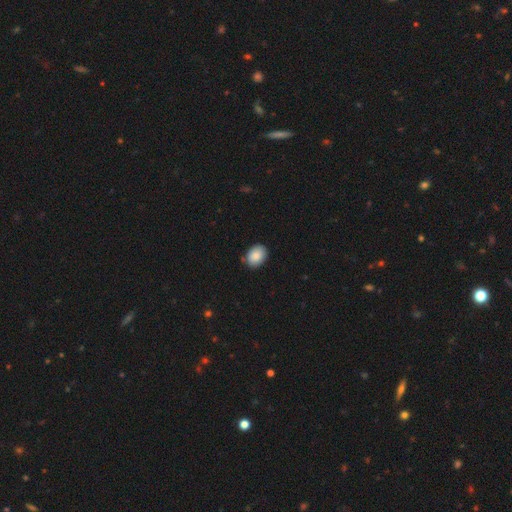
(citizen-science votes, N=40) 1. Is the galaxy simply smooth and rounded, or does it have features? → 88% smooth, 10% star or artifact, 2% featured or disk.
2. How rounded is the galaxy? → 80% in between, 20% round, 0% cigar-shaped.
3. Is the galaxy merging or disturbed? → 89% none, 8% minor disturbance, 3% major disturbance, 0% merger.